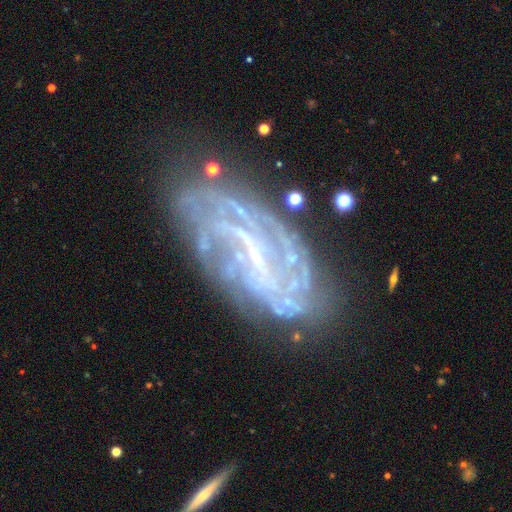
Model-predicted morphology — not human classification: type=featured or disk (83%); edge-on=no (94%); bar=weak (44%); spiral arms=yes (86%); winding=tight (53%); arm count=can't tell (45%); bulge=small (63%); merging=none (67%).